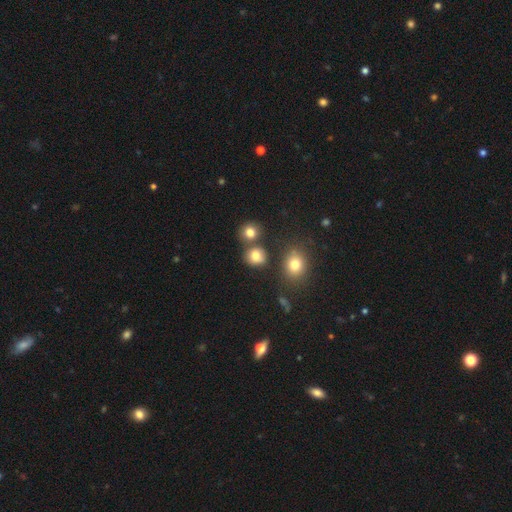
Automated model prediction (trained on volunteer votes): Smooth or featured? smooth (79%)
How rounded? round (77%)
Merging? none (68%)